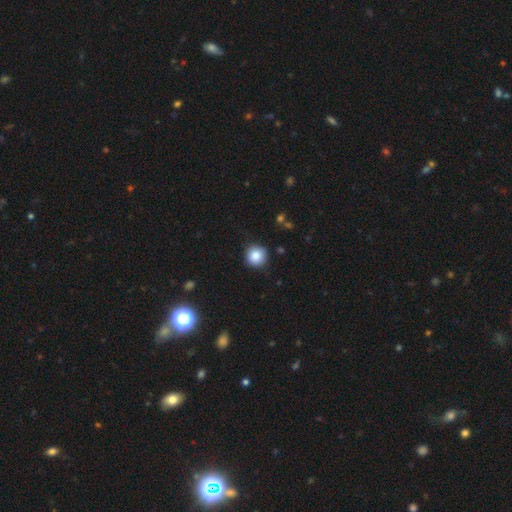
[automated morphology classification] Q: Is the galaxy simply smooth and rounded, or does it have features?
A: smooth — 86%.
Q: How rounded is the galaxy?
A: round — 94%.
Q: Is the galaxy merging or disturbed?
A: none — 89%.